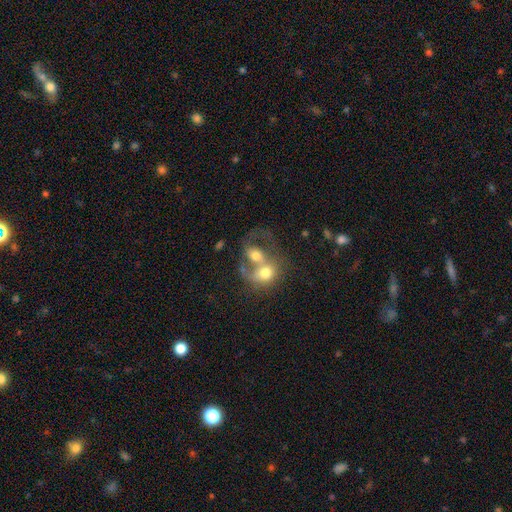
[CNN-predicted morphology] Smooth or featured?
  - smooth: 48% *
  - featured or disk: 42%
  - star or artifact: 10%
Merging?
  - merger: 76% *
  - none: 10%
  - major disturbance: 9%
  - minor disturbance: 5%